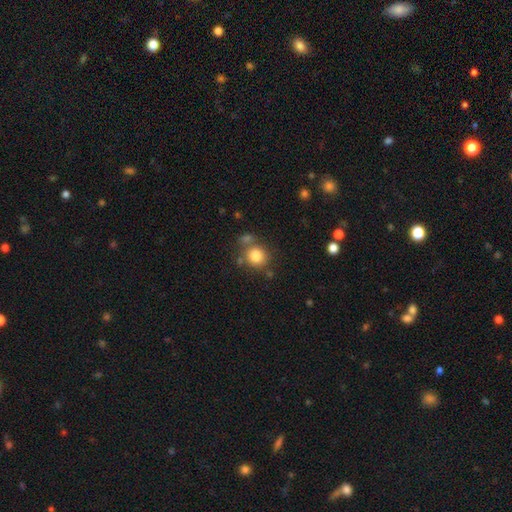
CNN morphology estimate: smooth-or-featured: smooth: 82% | star or artifact: 10% | featured or disk: 8%
  how-rounded: round: 84% | in between: 15% | cigar-shaped: 1%
  merging: none: 67% | merger: 16% | minor disturbance: 12% | major disturbance: 5%